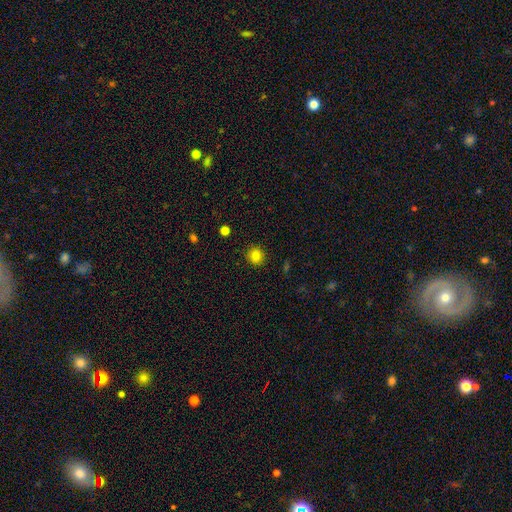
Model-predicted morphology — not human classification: This is clearly a smooth galaxy (83%). How rounded: clearly round (87%). Merging: clearly none (90%).